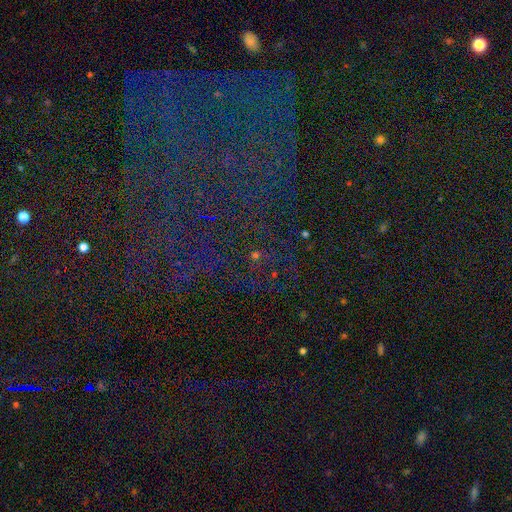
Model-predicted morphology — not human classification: Smooth or featured? Predicted: star or artifact (p=0.71).